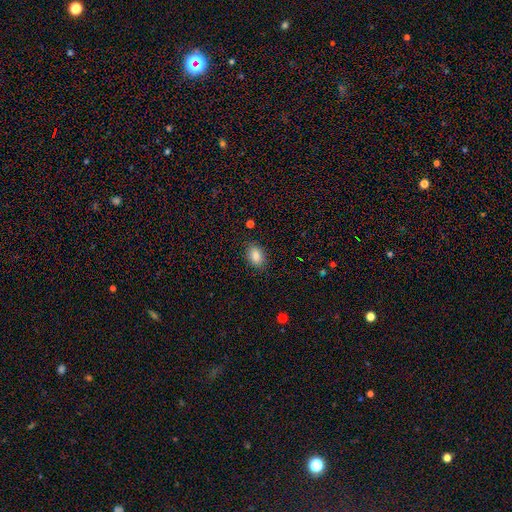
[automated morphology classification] A smooth galaxy with no disk features (86%) that is in between round and cigar-shaped (86%).

Vote fractions:
- Smooth or featured? smooth: 86% / star or artifact: 9% / featured or disk: 6%
- How rounded? in between: 86% / round: 13% / cigar-shaped: 2%
- Merging? none: 84% / minor disturbance: 12% / major disturbance: 3% / merger: 1%